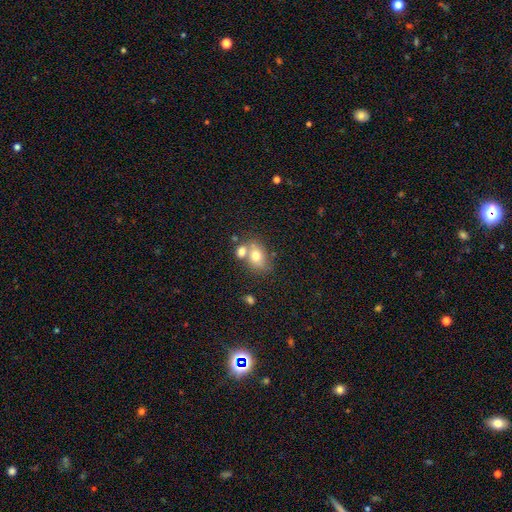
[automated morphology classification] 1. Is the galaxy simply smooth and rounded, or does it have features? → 72% smooth, 17% featured or disk, 11% star or artifact.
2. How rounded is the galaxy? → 62% in between, 36% round, 1% cigar-shaped.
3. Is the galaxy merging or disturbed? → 42% none, 39% merger, 13% minor disturbance, 5% major disturbance.